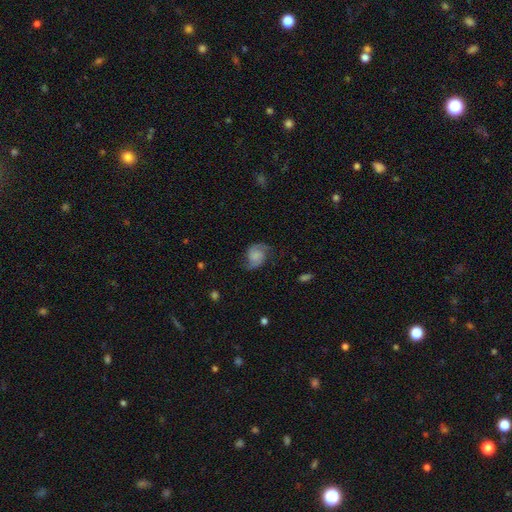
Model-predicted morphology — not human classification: Q: Smooth or featured?
A: featured or disk (67%); runner-up: smooth (24%)
Q: Edge-on disk?
A: no (98%); runner-up: yes (2%)
Q: Bar?
A: no (67%); runner-up: weak (28%)
Q: Spiral arms?
A: yes (95%); runner-up: no (5%)
Q: Spiral winding?
A: medium (43%); runner-up: loose (40%)
Q: Spiral arm count?
A: 2 (91%); runner-up: can't tell (4%)
Q: Bulge size?
A: none (47%); runner-up: small (23%)
Q: Merging?
A: none (70%); runner-up: minor disturbance (20%)